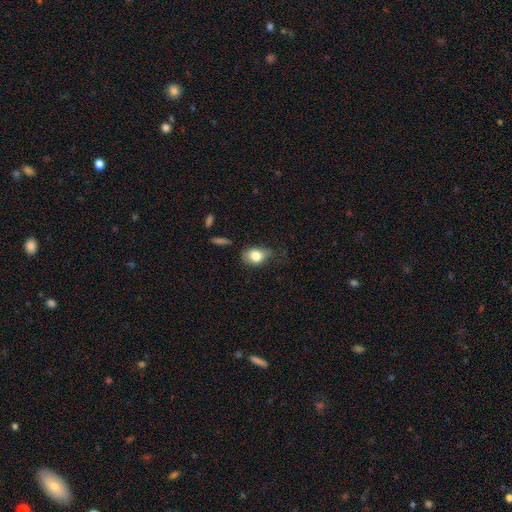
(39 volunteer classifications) Smooth or featured? smooth (69%)
How rounded? in between (74%)
Merging? none (72%)